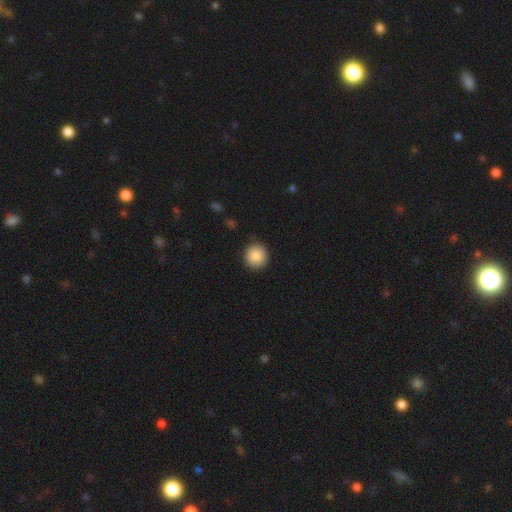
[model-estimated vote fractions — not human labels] smooth_or_featured: smooth (p=0.87) [alt: star or artifact p=0.08]
how_rounded: round (p=0.93) [alt: in between p=0.06]
merging: none (p=0.90) [alt: minor disturbance p=0.07]